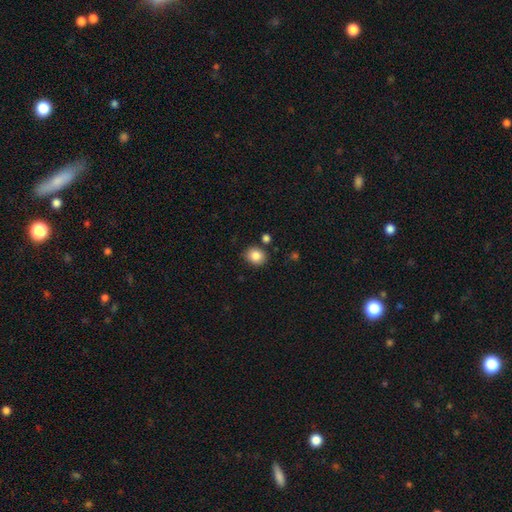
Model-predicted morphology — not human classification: A smooth galaxy with no disk features (86%) that is round (67%). Merging: none (83%).